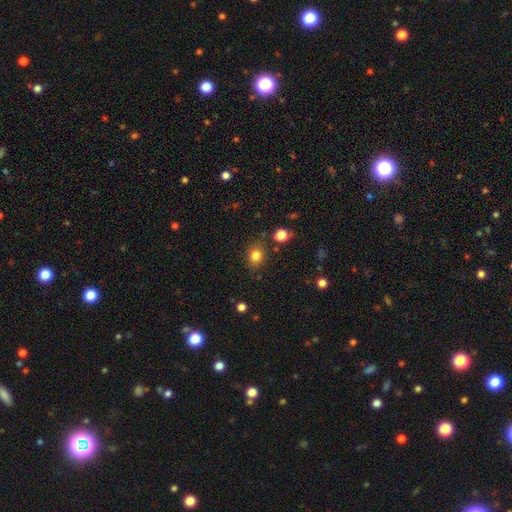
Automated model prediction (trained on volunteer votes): A smooth galaxy with no disk features (82%) that is round (55%). Merging: none (80%).